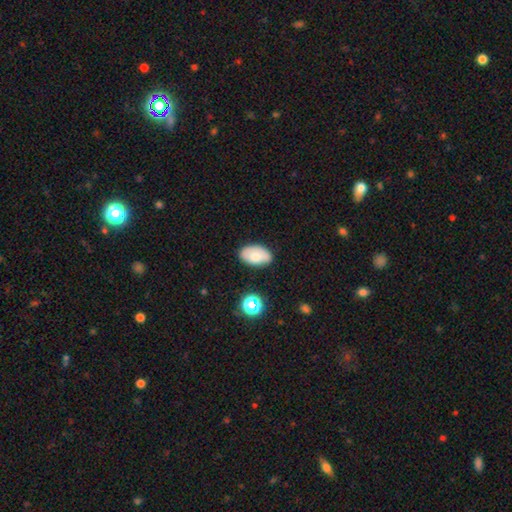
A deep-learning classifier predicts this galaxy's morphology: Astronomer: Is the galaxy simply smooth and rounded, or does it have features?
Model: smooth — 75%.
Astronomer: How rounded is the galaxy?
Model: in between — 93%.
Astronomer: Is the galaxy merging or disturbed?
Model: none — 78%.